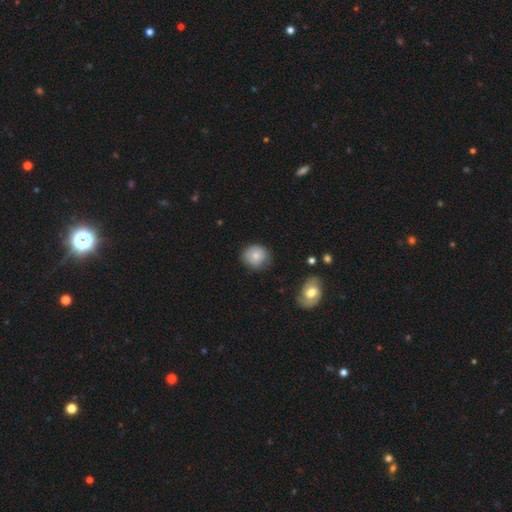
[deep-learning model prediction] Smooth or featured? smooth (78%)
How rounded? round (85%)
Merging? none (76%)